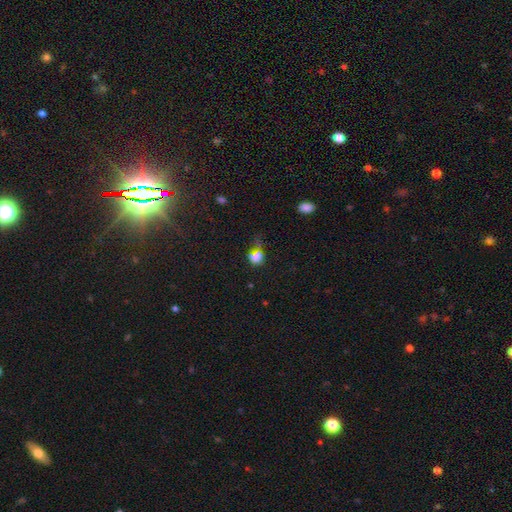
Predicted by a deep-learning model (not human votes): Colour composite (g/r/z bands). It shows a smooth galaxy with no disk features (65%) that is round (64%). Merging: none (45%).